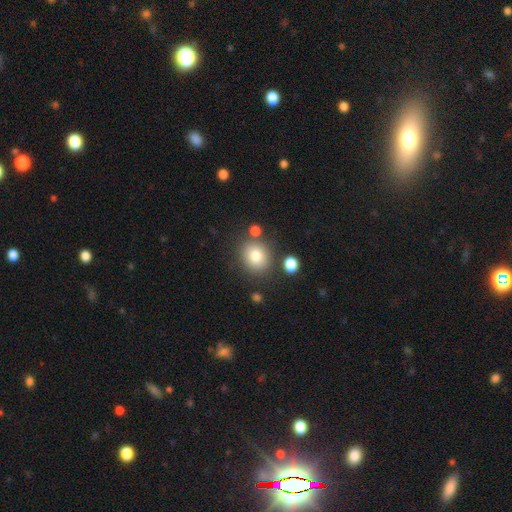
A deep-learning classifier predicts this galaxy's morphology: The model was most divided on "how rounded": round: 78%, in between: 22%, cigar-shaped: 1%. More confident: smooth or featured — smooth (79%); merging — none (78%).